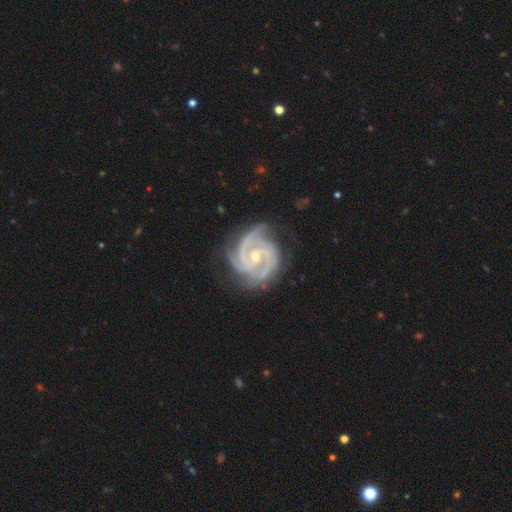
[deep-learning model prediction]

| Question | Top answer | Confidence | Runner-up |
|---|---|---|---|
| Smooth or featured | featured or disk | 93% | star or artifact (4%) |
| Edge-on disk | no | 98% | yes (2%) |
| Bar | no | 50% | weak (36%) |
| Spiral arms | yes | 99% | no (1%) |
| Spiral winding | tight | 65% | medium (32%) |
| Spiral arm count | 3 | 43% | 2 (33%) |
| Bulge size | small | 53% | moderate (45%) |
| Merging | none | 73% | minor disturbance (19%) |